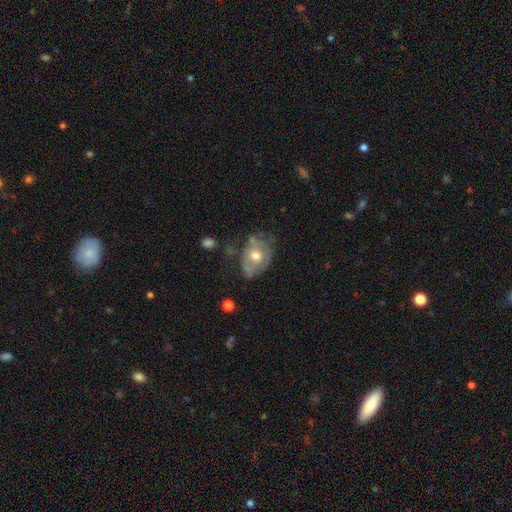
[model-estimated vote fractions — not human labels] featured or disk 55%, smooth 37%, star or artifact 7%. Down the decision tree: edge-on disk — no (94%); bar — no (80%); spiral arms — no (56%); bulge size — moderate (74%); merging — none (50%).